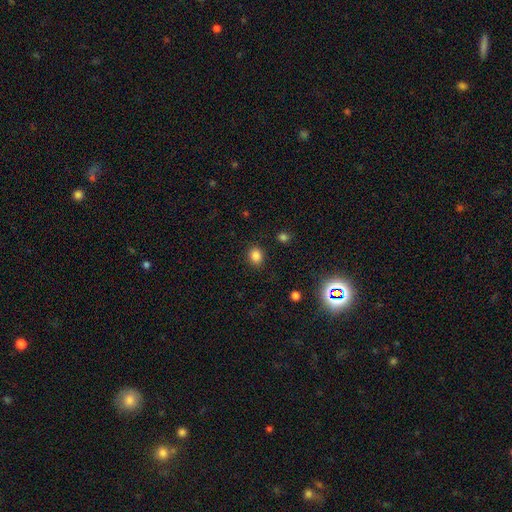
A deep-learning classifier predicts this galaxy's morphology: Smooth or featured? Predicted: smooth (p=0.84). How rounded? Predicted: round (p=0.64). Merging? Predicted: none (p=0.87).